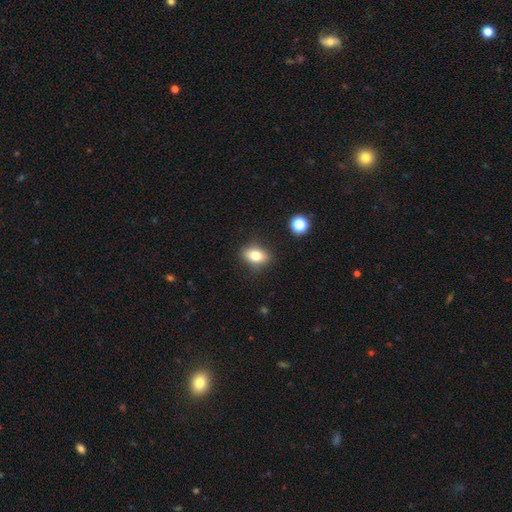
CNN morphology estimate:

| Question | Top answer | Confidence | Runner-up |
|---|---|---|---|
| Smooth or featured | smooth | 78% | featured or disk (12%) |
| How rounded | in between | 77% | round (21%) |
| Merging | none | 84% | minor disturbance (11%) |